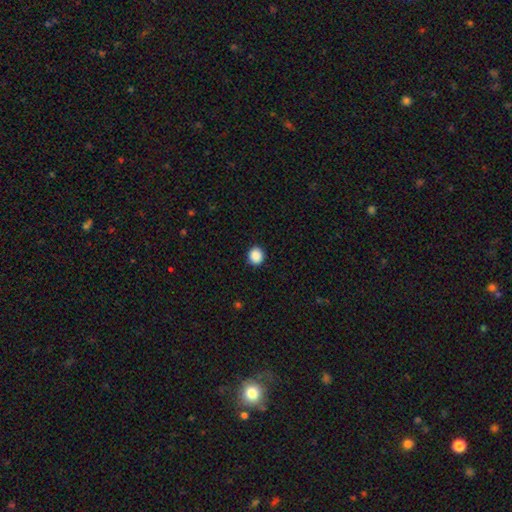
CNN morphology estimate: A smooth galaxy with no disk features (89%) that is round (86%).

Vote fractions:
- Smooth or featured? smooth: 89% / star or artifact: 9% / featured or disk: 2%
- How rounded? round: 86% / in between: 13% / cigar-shaped: 1%
- Merging? none: 92% / minor disturbance: 6% / major disturbance: 2% / merger: 1%